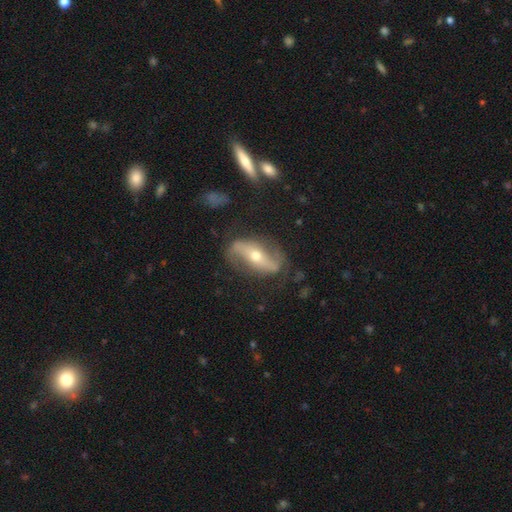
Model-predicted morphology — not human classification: A featured or disk galaxy (81%) with a strong bar (51%), 2 (90%) loose (65%) spiral arms (87%) and a moderate central bulge (52%).

Vote fractions:
- Smooth or featured? featured or disk: 81% / smooth: 13% / star or artifact: 6%
- Edge-on disk? no: 86% / yes: 14%
- Bar? strong: 51% / no: 27% / weak: 22%
- Spiral arms? yes: 87% / no: 13%
- Spiral winding? loose: 65% / medium: 24% / tight: 11%
- Spiral arm count? 2: 90% / can't tell: 5% / 1: 2% / 3: 1% / 4: 1% / more than 4: 1%
- Bulge size? moderate: 52% / small: 43% / large: 2% / dominant: 1% / none: 1%
- Merging? none: 75% / minor disturbance: 15% / major disturbance: 7% / merger: 2%